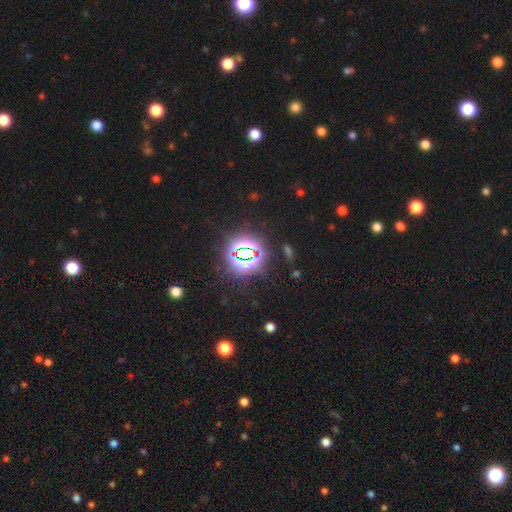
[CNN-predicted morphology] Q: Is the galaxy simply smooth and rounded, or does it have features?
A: star or artifact — 79%.